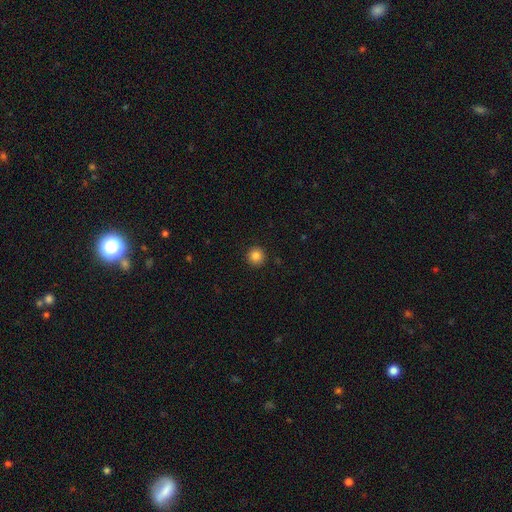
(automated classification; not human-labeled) This appears to be a smooth galaxy with no disk features (85%) that is round (96%). Merging: none (93%).